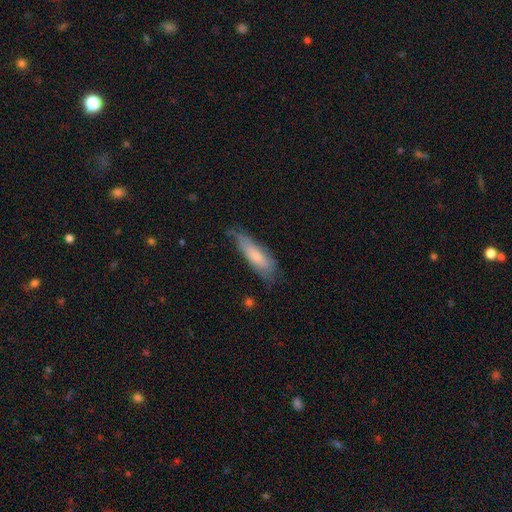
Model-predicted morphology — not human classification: A smooth galaxy with no disk features (66%) that is cigar-shaped (55%).

Vote fractions:
- Smooth or featured? smooth: 66% / featured or disk: 28% / star or artifact: 6%
- How rounded? cigar-shaped: 55% / in between: 43% / round: 2%
- Merging? none: 54% / minor disturbance: 34% / major disturbance: 10% / merger: 2%